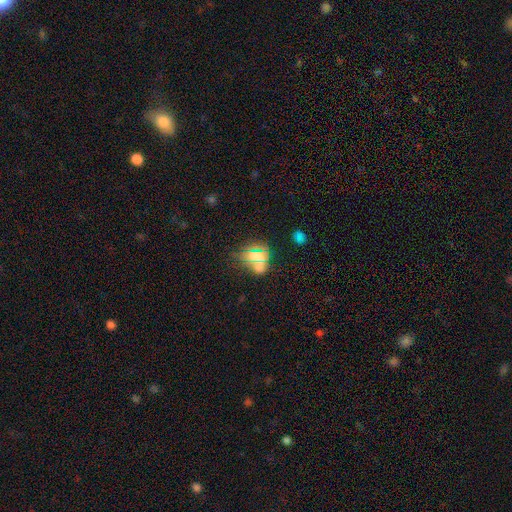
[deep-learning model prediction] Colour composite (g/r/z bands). It shows a smooth galaxy with no disk features (55%) that is round (58%). Merging: none (53%).